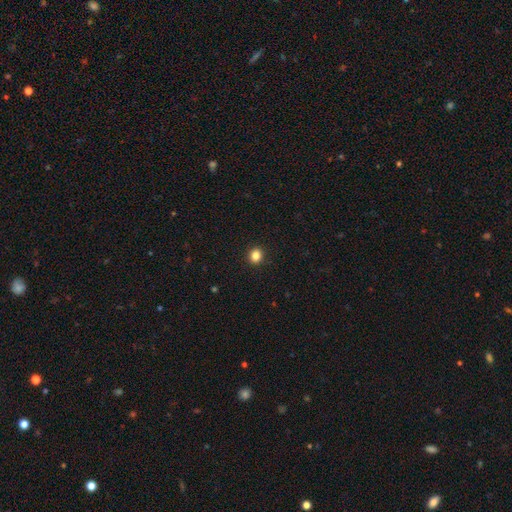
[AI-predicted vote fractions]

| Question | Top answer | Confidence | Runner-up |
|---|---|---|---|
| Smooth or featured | smooth | 85% | star or artifact (11%) |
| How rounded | round | 81% | in between (18%) |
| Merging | none | 93% | minor disturbance (5%) |